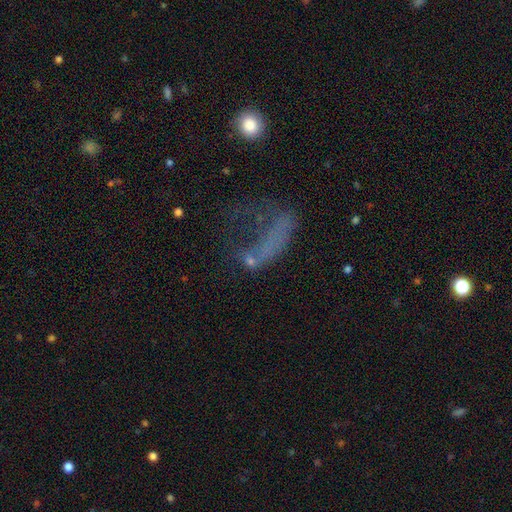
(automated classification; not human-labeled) smooth_or_featured: smooth (p=0.39) [tied with: featured or disk p=0.39]
merging: major disturbance (p=0.53) [alt: none p=0.25]